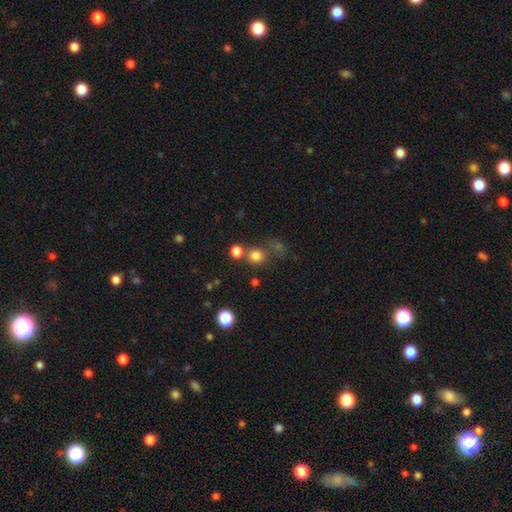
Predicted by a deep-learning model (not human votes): Smooth or featured? smooth (77%)
How rounded? round (89%)
Merging? none (67%)